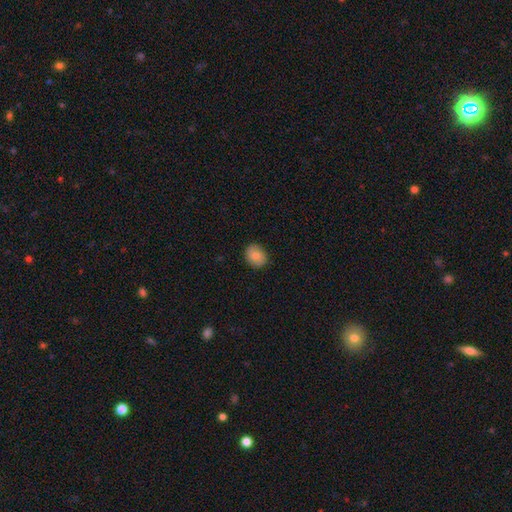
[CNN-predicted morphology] Smooth or featured?
  - smooth: 81% *
  - featured or disk: 11%
  - star or artifact: 8%
How rounded?
  - round: 60% *
  - in between: 39%
  - cigar-shaped: 1%
Merging?
  - none: 86% *
  - minor disturbance: 10%
  - major disturbance: 2%
  - merger: 1%